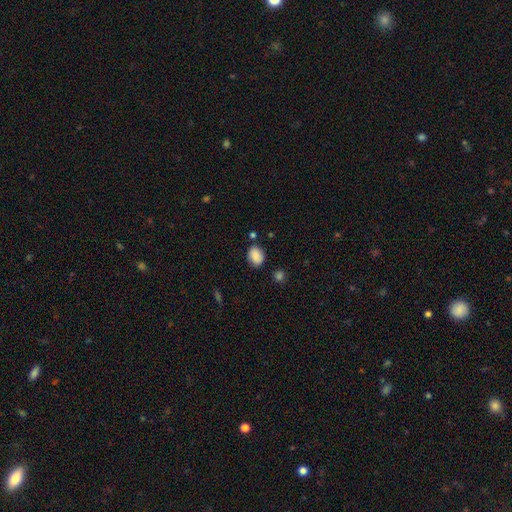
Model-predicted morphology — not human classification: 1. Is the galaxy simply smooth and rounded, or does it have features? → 87% smooth, 8% star or artifact, 5% featured or disk.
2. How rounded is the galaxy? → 67% in between, 32% round, 1% cigar-shaped.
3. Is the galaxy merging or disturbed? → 77% none, 15% minor disturbance, 4% merger, 4% major disturbance.